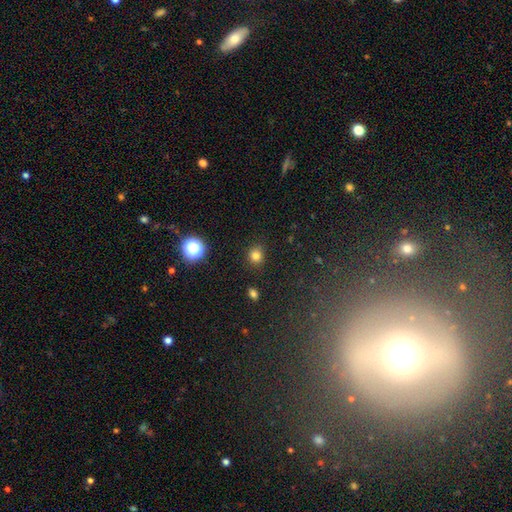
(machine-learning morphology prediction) A smooth galaxy with no disk features (81%) that is round (81%).

Vote fractions:
- Smooth or featured? smooth: 81% / star or artifact: 14% / featured or disk: 5%
- How rounded? round: 81% / in between: 18% / cigar-shaped: 1%
- Merging? none: 85% / minor disturbance: 11% / major disturbance: 3% / merger: 2%